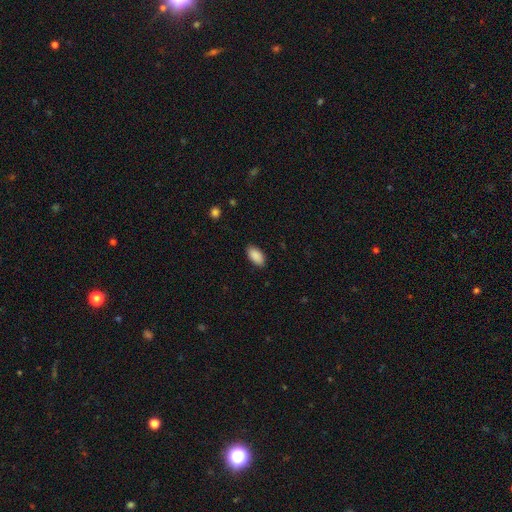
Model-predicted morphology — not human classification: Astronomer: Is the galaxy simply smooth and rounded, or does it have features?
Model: smooth — 90%.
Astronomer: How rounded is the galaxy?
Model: in between — 95%.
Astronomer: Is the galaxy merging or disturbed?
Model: none — 87%.